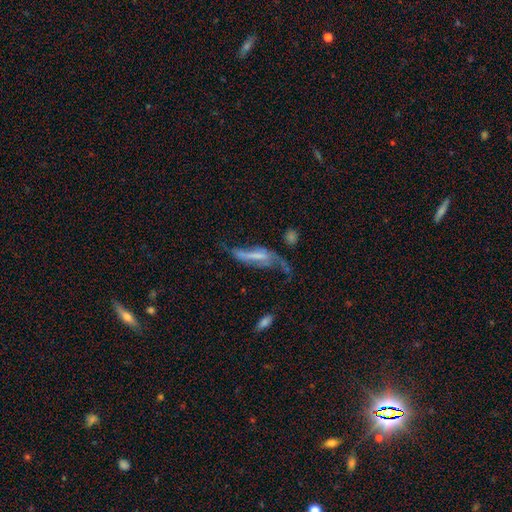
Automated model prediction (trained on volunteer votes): This is likely a featured or disk galaxy (63%). It is likely not viewed edge-on (73%). Merging: marginally major disturbance (40%).